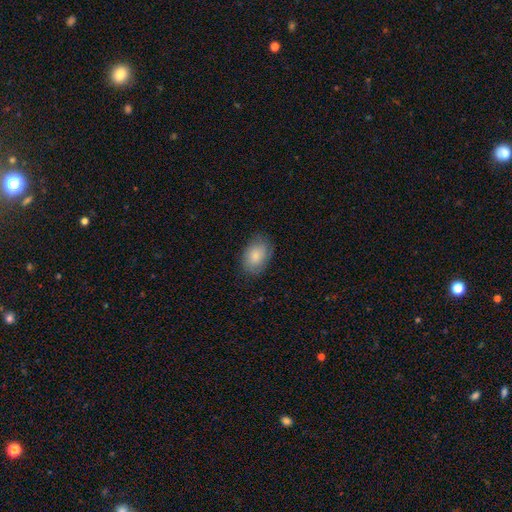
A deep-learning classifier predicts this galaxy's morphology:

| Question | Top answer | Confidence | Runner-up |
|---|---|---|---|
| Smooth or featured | smooth | 81% | featured or disk (13%) |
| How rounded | in between | 83% | round (16%) |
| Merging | none | 77% | minor disturbance (17%) |